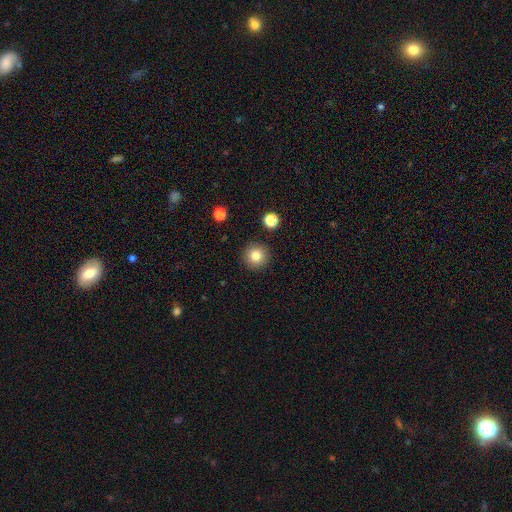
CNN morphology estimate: The model was most divided on "smooth or featured": smooth: 82%, star or artifact: 11%, featured or disk: 7%. More confident: how rounded — round (96%); merging — none (91%).